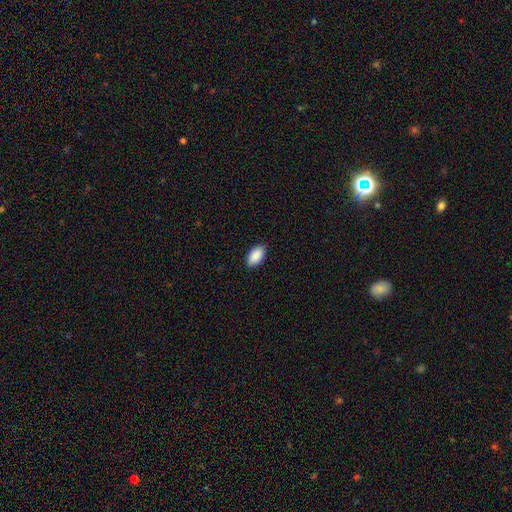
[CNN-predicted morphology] The model was most divided on "merging": none: 89%, minor disturbance: 8%, major disturbance: 2%, merger: 1%. More confident: how rounded — in between (95%); smooth or featured — smooth (91%).